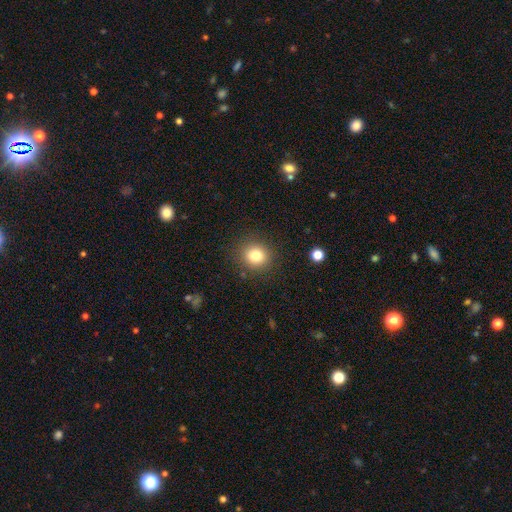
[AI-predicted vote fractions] This is likely a smooth galaxy (80%). How rounded: clearly round (87%). Merging: clearly none (88%).